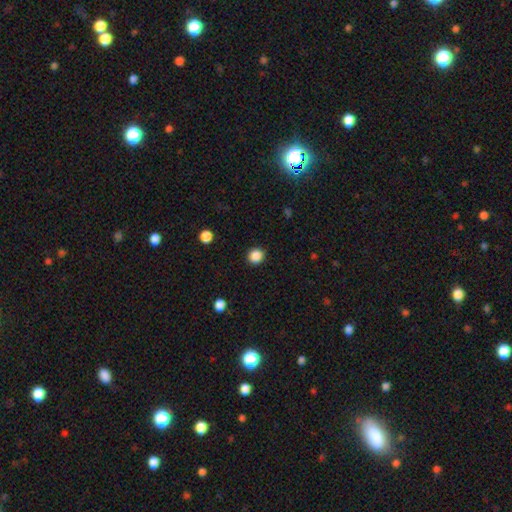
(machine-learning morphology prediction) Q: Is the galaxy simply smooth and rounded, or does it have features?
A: smooth — 87%.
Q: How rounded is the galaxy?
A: round — 88%.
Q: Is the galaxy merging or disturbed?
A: none — 90%.